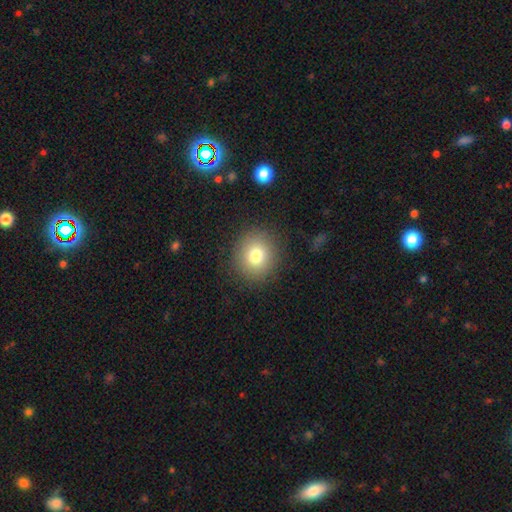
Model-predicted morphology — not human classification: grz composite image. It shows a smooth galaxy with no disk features (78%) that is round (87%). Merging: none (89%).